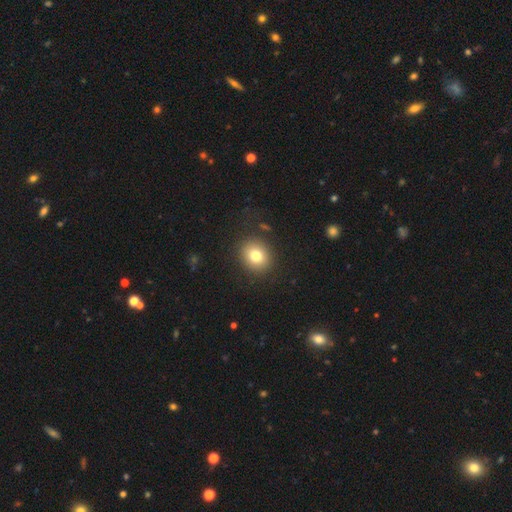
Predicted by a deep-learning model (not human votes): Overall: smooth (79%). How rounded: round (74%). Merging: none (87%).